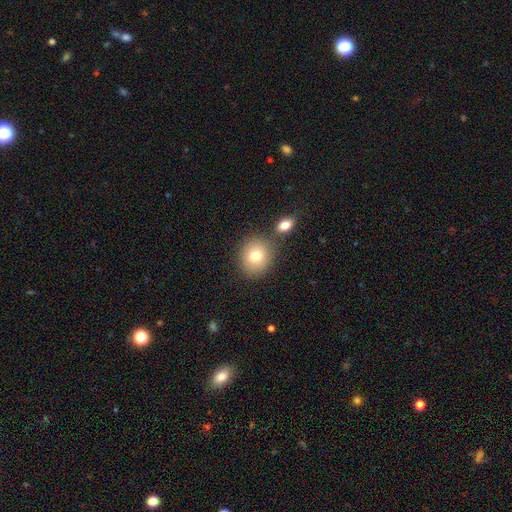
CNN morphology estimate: Q: Smooth or featured?
A: smooth (77%); runner-up: featured or disk (13%)
Q: How rounded?
A: round (71%); runner-up: in between (28%)
Q: Merging?
A: none (71%); runner-up: merger (15%)